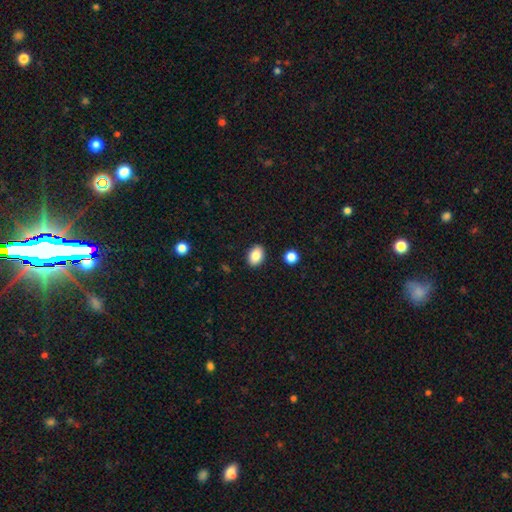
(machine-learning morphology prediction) A smooth galaxy with no disk features (85%) that is in between round and cigar-shaped (77%). Merging: none (89%).